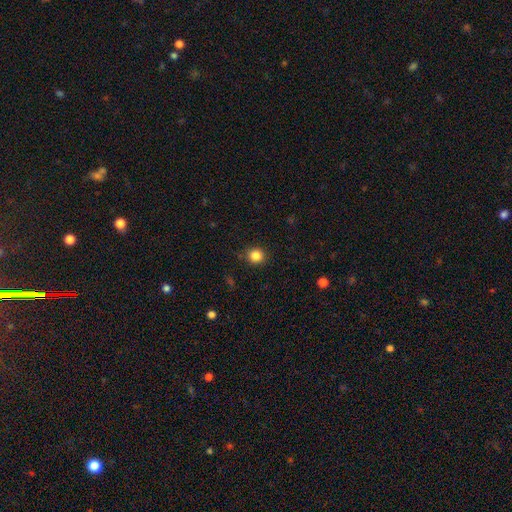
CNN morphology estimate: Overall: smooth (85%). How rounded: round (90%). Merging: none (89%).